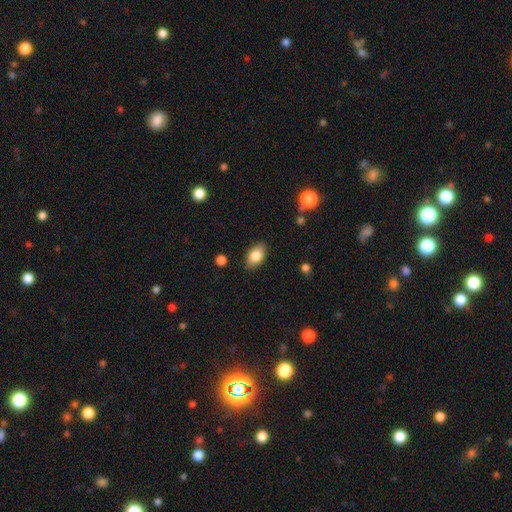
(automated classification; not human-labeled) Smooth or featured?
  - smooth: 83% *
  - featured or disk: 9%
  - star or artifact: 8%
How rounded?
  - in between: 90% *
  - round: 8%
  - cigar-shaped: 2%
Merging?
  - none: 86% *
  - minor disturbance: 10%
  - major disturbance: 2%
  - merger: 1%